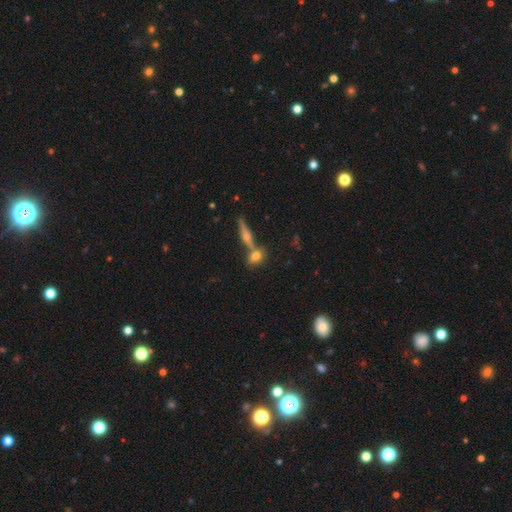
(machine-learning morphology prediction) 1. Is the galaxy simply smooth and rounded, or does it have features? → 64% smooth, 25% featured or disk, 11% star or artifact.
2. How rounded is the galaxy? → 56% in between, 32% round, 12% cigar-shaped.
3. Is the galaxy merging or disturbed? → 56% none, 31% merger, 10% minor disturbance, 3% major disturbance.